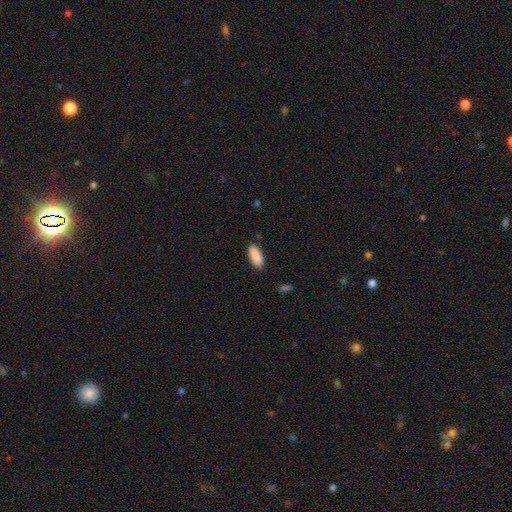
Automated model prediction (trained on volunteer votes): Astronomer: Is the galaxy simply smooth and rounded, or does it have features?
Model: smooth — 90%.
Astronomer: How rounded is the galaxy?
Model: in between — 80%.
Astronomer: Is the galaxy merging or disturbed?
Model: none — 84%.